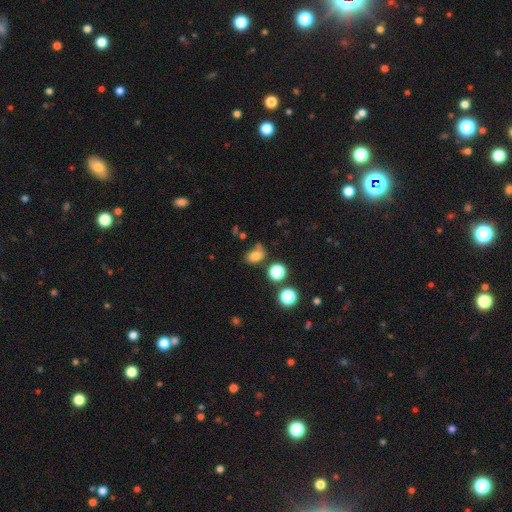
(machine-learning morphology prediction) This appears to be a smooth galaxy with no disk features (75%) that is in between round and cigar-shaped (68%). Merging: none (55%).